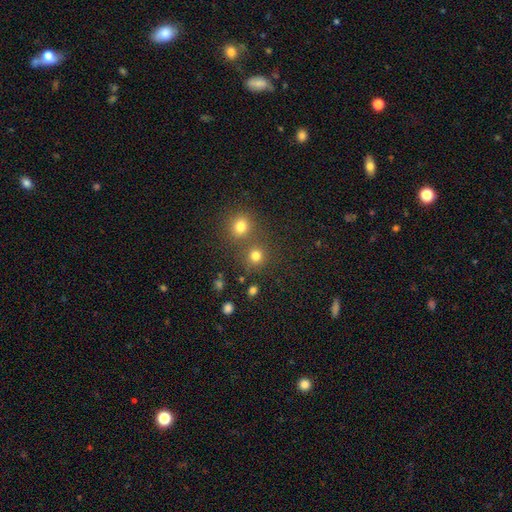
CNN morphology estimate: smooth 78%, star or artifact 15%, featured or disk 6%. Down the decision tree: how rounded — round (89%); merging — none (67%).